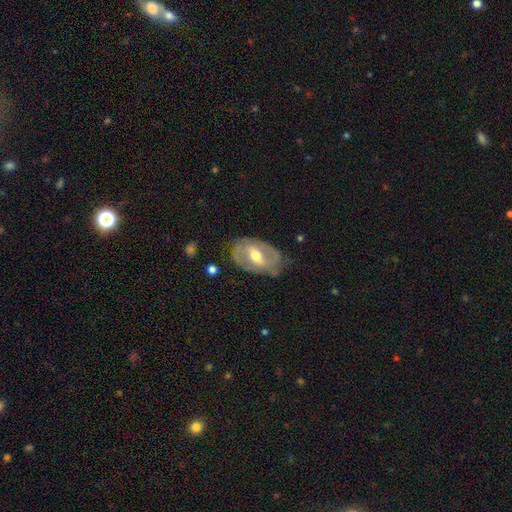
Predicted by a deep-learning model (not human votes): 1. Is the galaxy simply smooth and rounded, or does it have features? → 70% featured or disk, 25% smooth, 5% star or artifact.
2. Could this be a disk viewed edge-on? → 94% no, 6% yes.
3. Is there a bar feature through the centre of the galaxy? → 44% weak, 35% strong, 20% no.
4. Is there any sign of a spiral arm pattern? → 64% yes, 36% no.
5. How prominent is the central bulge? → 73% moderate, 16% small, 9% large, 1% none, 1% dominant.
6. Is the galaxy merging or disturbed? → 65% none, 24% minor disturbance, 9% major disturbance, 2% merger.